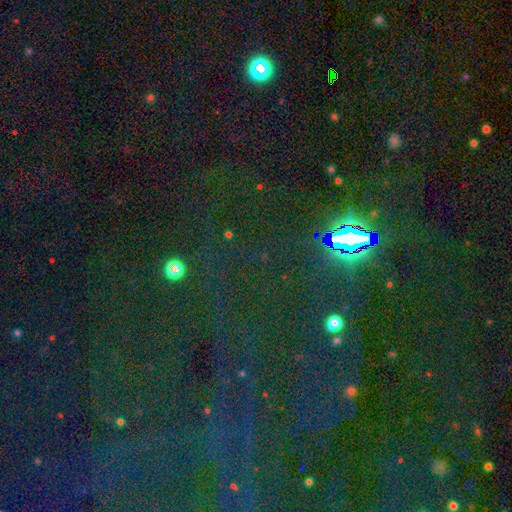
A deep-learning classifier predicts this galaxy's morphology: type=star or artifact (83%).